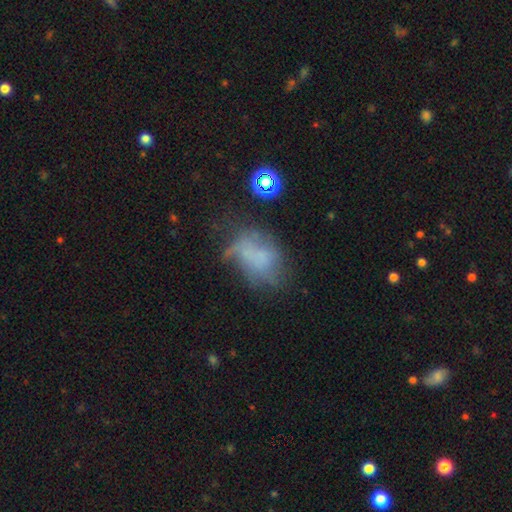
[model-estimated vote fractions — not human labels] Smooth or featured? Predicted: smooth (p=0.46). Merging? Predicted: major disturbance (p=0.35).